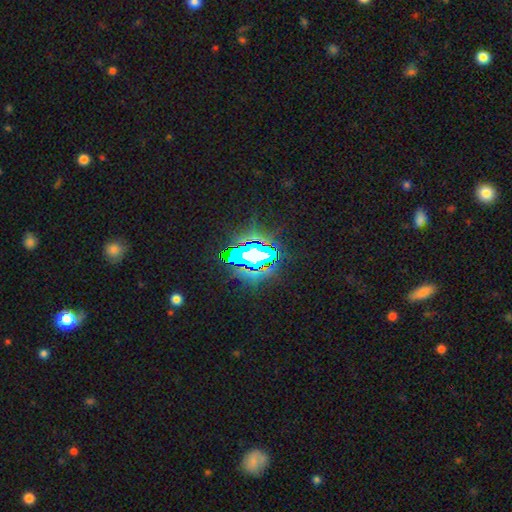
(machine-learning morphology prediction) Overall: star or artifact (66%).